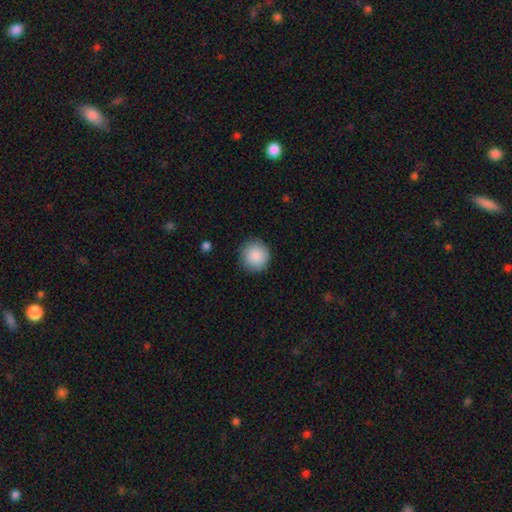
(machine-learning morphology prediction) smooth_or_featured: smooth (p=0.88) [alt: star or artifact p=0.07]
how_rounded: round (p=0.94) [alt: in between p=0.05]
merging: none (p=0.89) [alt: minor disturbance p=0.08]